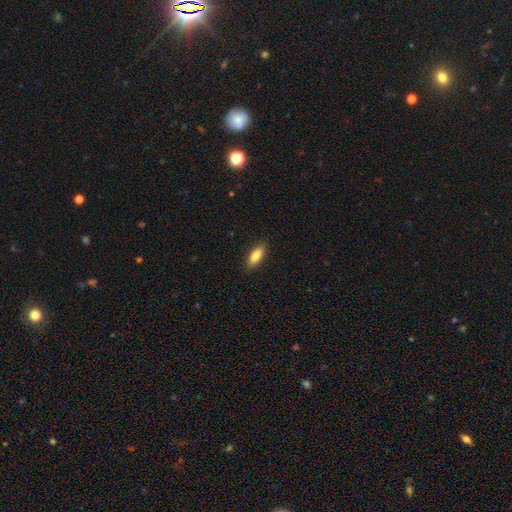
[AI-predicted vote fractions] Q: Smooth or featured?
A: smooth (83%); runner-up: featured or disk (11%)
Q: How rounded?
A: in between (73%); runner-up: cigar-shaped (25%)
Q: Merging?
A: none (89%); runner-up: minor disturbance (9%)